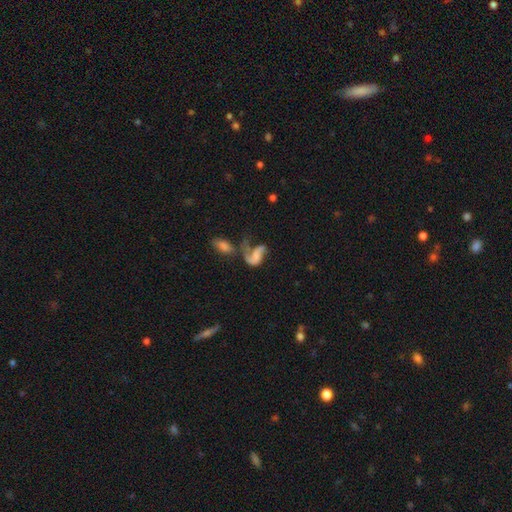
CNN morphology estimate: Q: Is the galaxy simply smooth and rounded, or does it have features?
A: featured or disk — 60%.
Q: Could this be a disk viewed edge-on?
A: no — 96%.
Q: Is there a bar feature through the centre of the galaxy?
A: no — 61%.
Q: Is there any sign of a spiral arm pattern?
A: yes — 78%.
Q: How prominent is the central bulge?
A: none — 52%.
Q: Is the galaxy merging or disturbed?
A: merger — 35%.